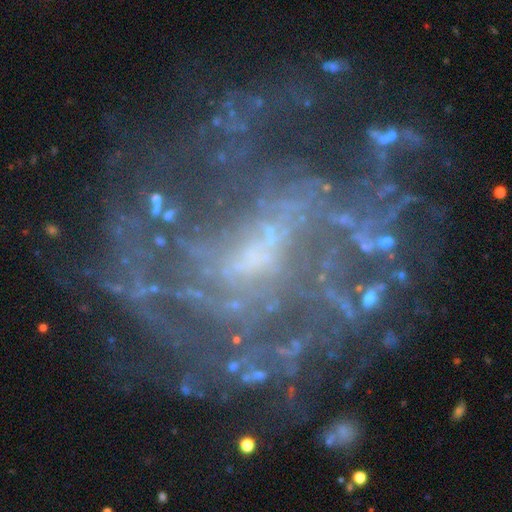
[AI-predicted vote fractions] This is clearly a featured or disk galaxy (83%). It is clearly not viewed edge-on (97%). Bar: marginally weak (44%). Spiral arm pattern: clearly yes (81%). Spiral arm count: possibly can't tell (46%). Spiral winding: marginally tight (43%). Central bulge: possibly small (56%). Merging: likely none (60%).